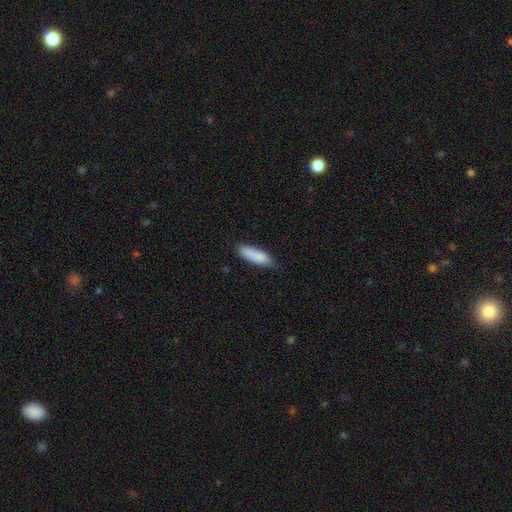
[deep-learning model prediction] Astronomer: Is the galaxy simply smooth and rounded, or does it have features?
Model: smooth — 86%.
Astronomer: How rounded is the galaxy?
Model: in between — 53% (runner-up: cigar-shaped, 45%).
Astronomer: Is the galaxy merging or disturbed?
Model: none — 68%.